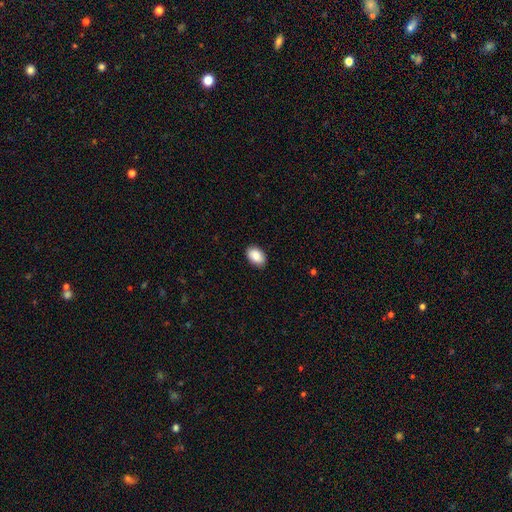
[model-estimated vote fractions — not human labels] Morphology: type=smooth (86%); roundness=in between (86%); merging=none (87%).